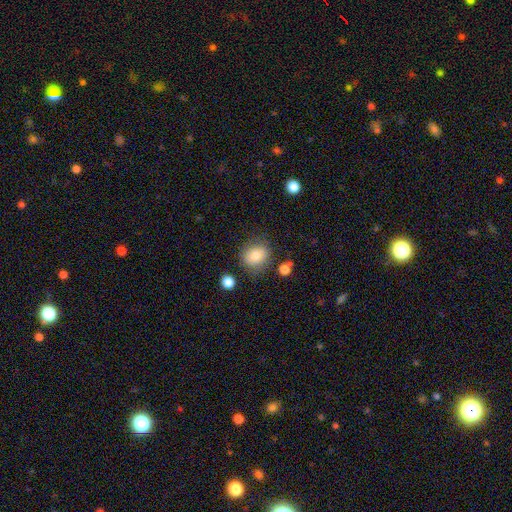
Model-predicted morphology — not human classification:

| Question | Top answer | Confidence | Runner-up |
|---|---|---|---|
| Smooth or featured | smooth | 79% | featured or disk (11%) |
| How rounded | round | 76% | in between (23%) |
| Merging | none | 78% | minor disturbance (14%) |